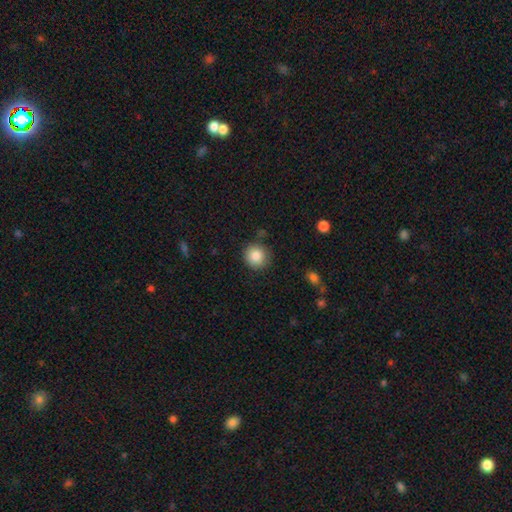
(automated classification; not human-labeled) smooth_or_featured: smooth (p=0.86) [alt: star or artifact p=0.09]
how_rounded: round (p=0.92) [alt: in between p=0.07]
merging: none (p=0.86) [alt: minor disturbance p=0.09]